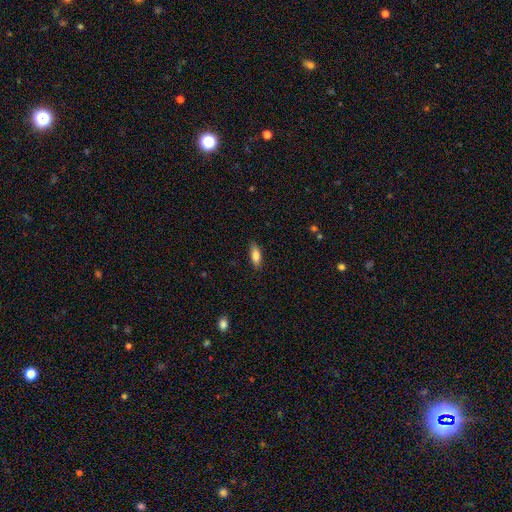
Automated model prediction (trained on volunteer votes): Morphology: type=smooth (82%); roundness=in between (74%); merging=none (84%).